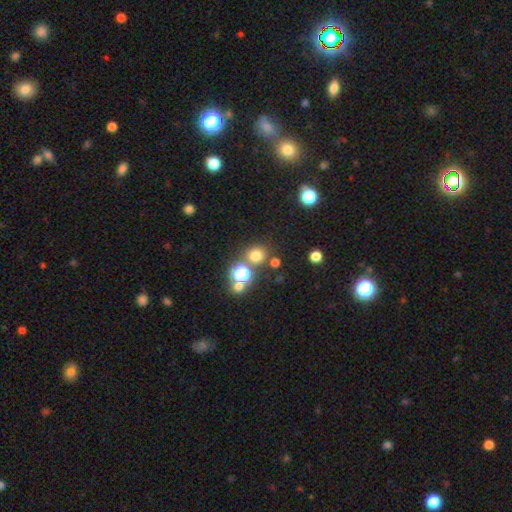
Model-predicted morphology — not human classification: smooth_or_featured: smooth (p=0.70) [alt: star or artifact p=0.23]
how_rounded: round (p=0.87) [alt: in between p=0.12]
merging: none (p=0.76) [alt: merger p=0.12]